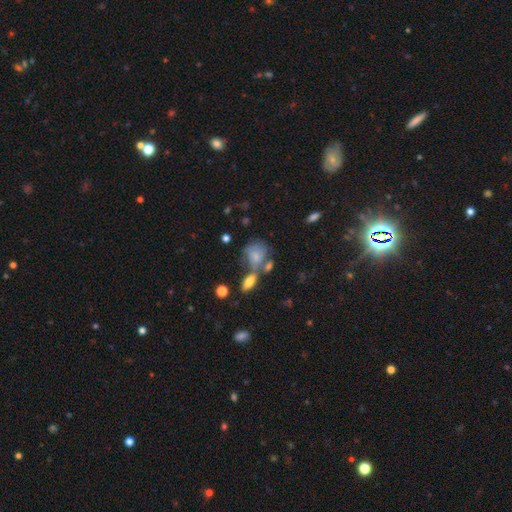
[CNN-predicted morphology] Smooth or featured? smooth (61%)
How rounded? in between (50%)
Merging? none (34%)